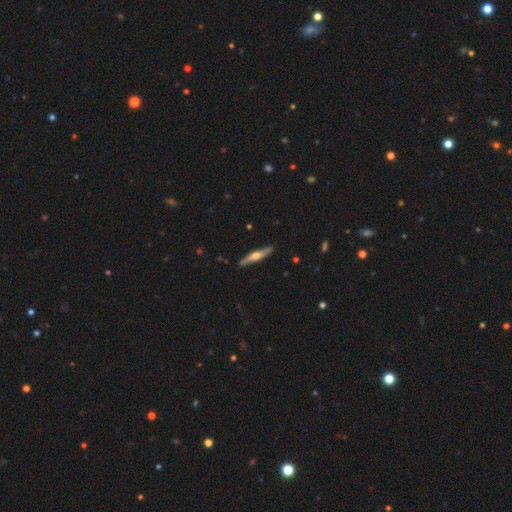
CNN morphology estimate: Overall: featured or disk (59%; smooth 36%). Edge-on disk: yes (92%). Edge-on bulge: rounded (85%). Merging: none (87%).